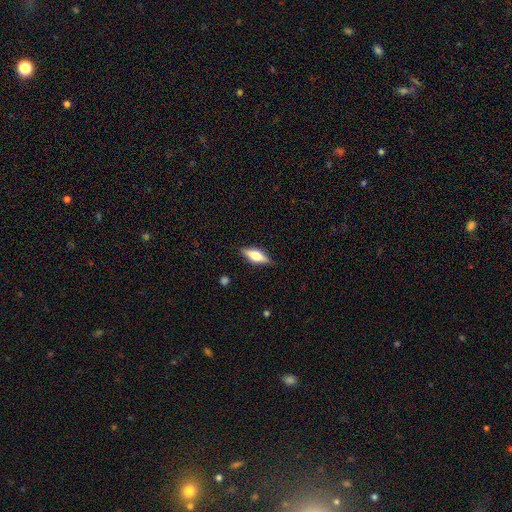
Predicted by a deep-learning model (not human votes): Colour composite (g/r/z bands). It shows a smooth galaxy with no disk features (47%). Merging: none (86%).